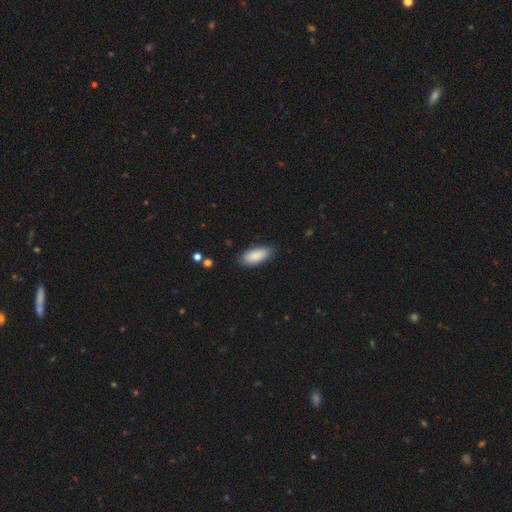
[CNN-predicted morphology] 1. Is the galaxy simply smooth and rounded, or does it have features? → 89% smooth, 6% star or artifact, 5% featured or disk.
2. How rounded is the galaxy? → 85% in between, 13% cigar-shaped, 2% round.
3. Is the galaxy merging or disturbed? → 83% none, 13% minor disturbance, 2% major disturbance, 1% merger.